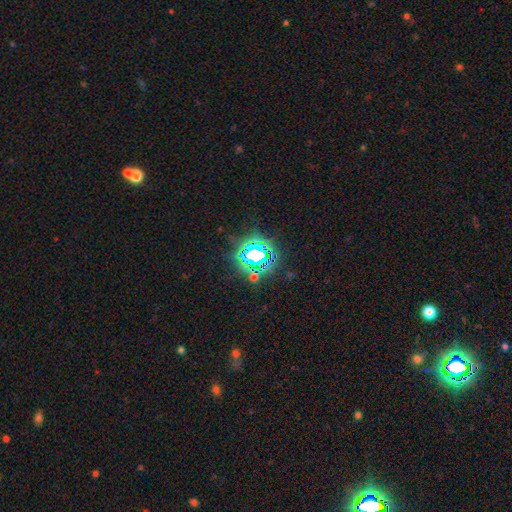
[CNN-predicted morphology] A star or artifact, not a galaxy (71%).

Vote fractions:
- Smooth or featured? star or artifact: 71% / smooth: 17% / featured or disk: 12%